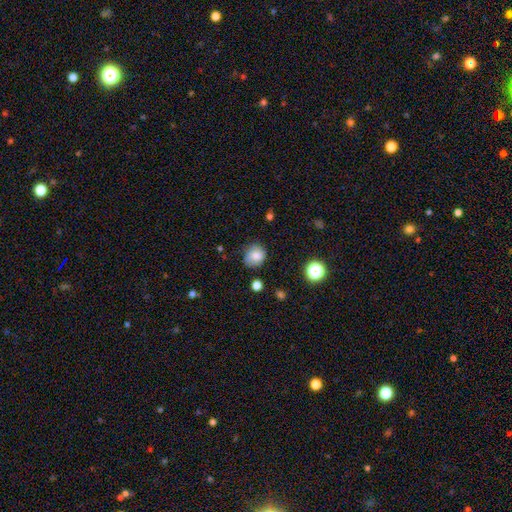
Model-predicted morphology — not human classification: The model was most divided on "merging": none: 71%, minor disturbance: 22%, major disturbance: 5%, merger: 2%. More confident: smooth or featured — smooth (79%); how rounded — round (79%).